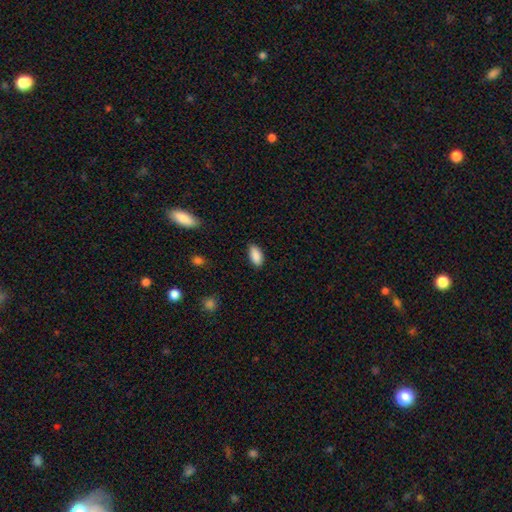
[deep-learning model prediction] This is clearly a smooth galaxy (89%). How rounded: clearly in between (92%). Merging: clearly none (82%).